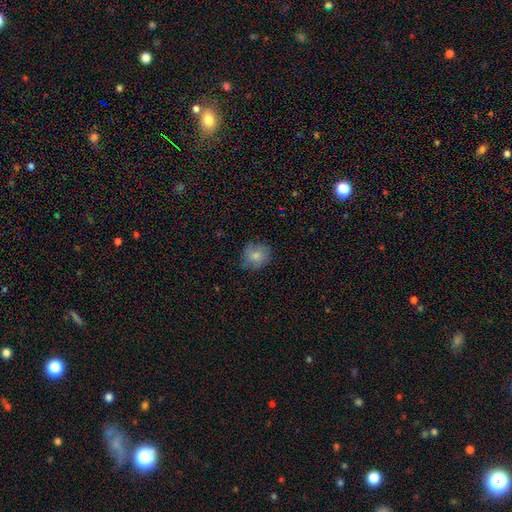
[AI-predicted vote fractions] Smooth or featured? smooth (80%)
How rounded? round (78%)
Merging? none (73%)